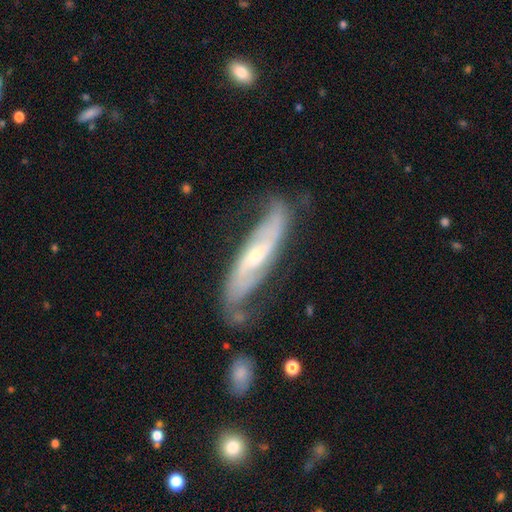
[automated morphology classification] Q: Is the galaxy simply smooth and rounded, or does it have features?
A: featured or disk — 78%.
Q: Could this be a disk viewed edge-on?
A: no — 76%.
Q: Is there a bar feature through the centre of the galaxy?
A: no — 43%.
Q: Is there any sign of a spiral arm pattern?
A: yes — 91%.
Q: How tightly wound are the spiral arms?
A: loose — 41%.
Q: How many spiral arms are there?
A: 2 — 81%.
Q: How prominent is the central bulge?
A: small — 49%.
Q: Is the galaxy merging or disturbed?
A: none — 57%.